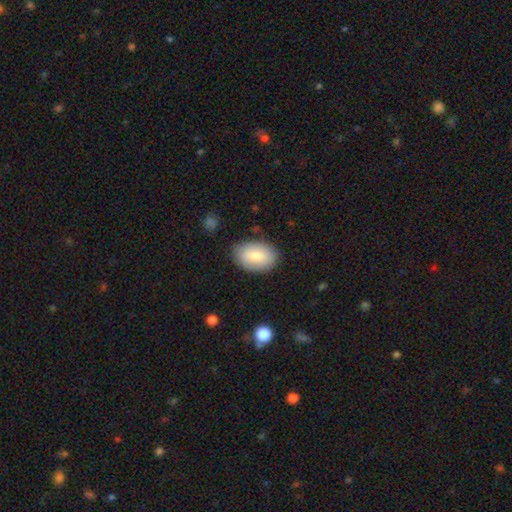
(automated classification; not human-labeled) smooth 80%, featured or disk 13%, star or artifact 6%. Down the decision tree: how rounded — in between (89%); merging — none (84%).